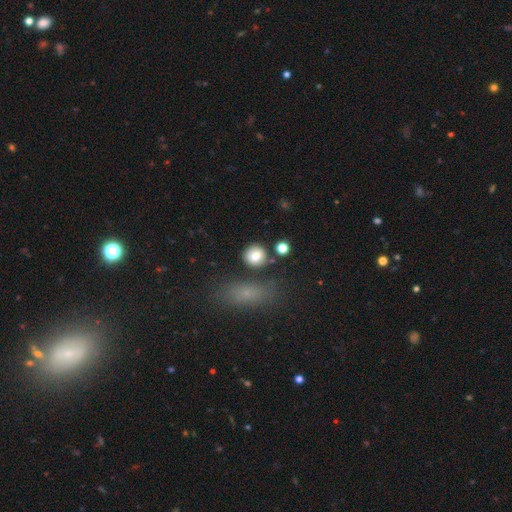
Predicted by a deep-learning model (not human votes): Smooth or featured? Predicted: smooth (p=0.80). How rounded? Predicted: round (p=0.83). Merging? Predicted: none (p=0.75).